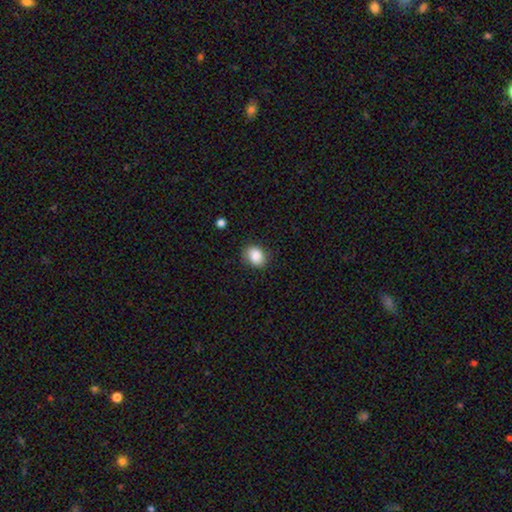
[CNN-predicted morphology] Q: Smooth or featured?
A: smooth (86%); runner-up: star or artifact (9%)
Q: How rounded?
A: in between (53%); runner-up: round (46%)
Q: Merging?
A: none (79%); runner-up: minor disturbance (16%)